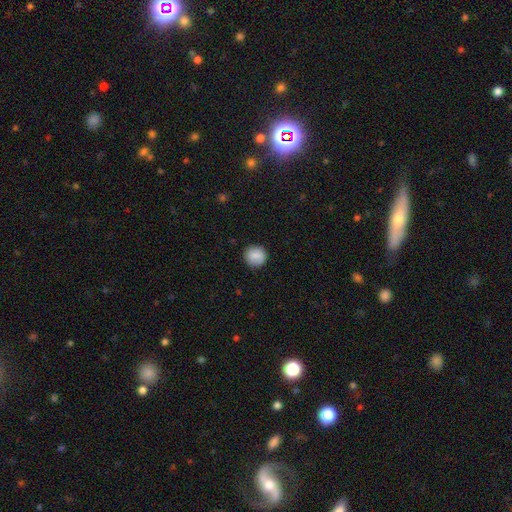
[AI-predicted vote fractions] smooth 87%, star or artifact 8%, featured or disk 5%. Down the decision tree: how rounded — round (92%); merging — none (89%).